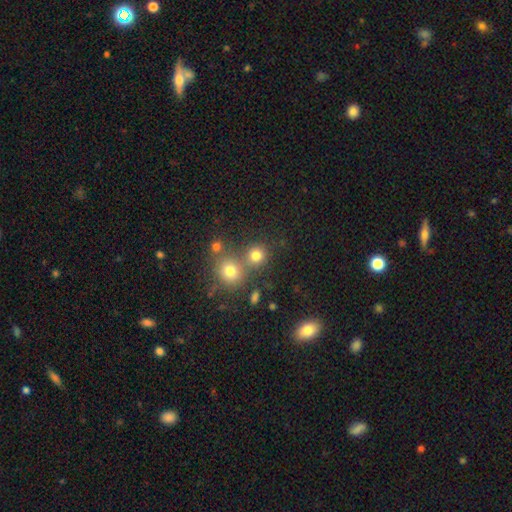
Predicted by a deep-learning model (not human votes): Morphology: type=smooth (78%); roundness=round (87%); merging=none (62%).